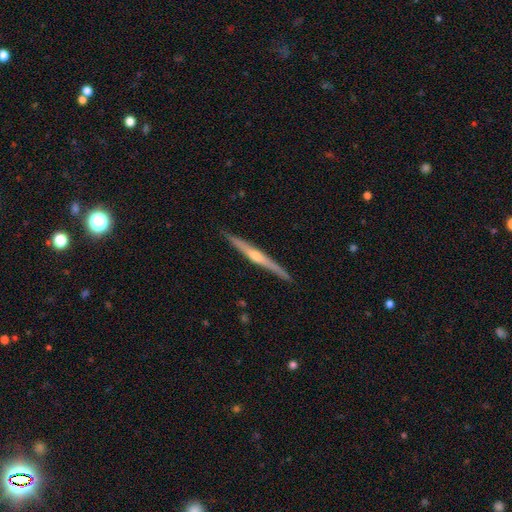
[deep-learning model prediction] The model was most divided on "smooth or featured": featured or disk: 80%, smooth: 15%, star or artifact: 5%. More confident: edge-on disk — yes (98%); merging — none (91%); edge-on bulge — rounded (83%).